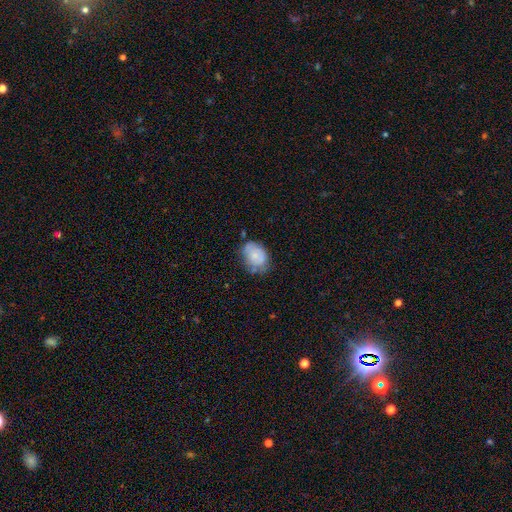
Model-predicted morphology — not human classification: smooth 64%, featured or disk 28%, star or artifact 8%. Down the decision tree: how rounded — in between (75%); merging — none (55%).